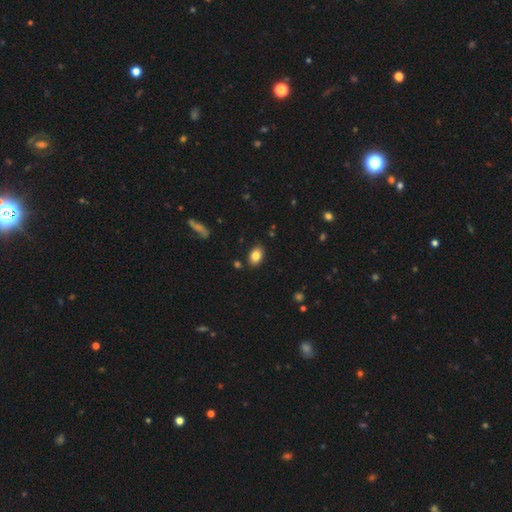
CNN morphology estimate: Overall: smooth (84%). How rounded: in between (87%). Merging: none (85%).